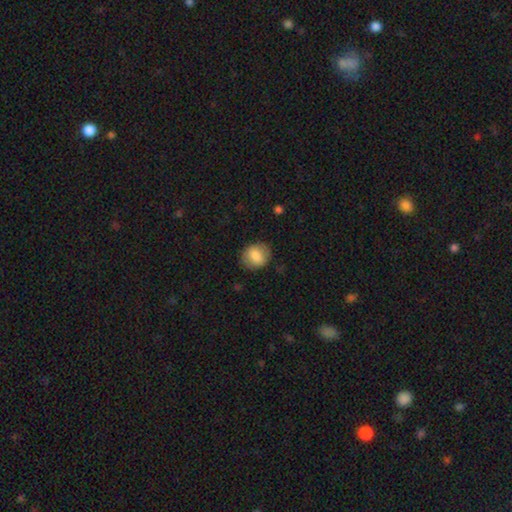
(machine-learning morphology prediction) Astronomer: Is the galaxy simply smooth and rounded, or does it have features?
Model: smooth — 79%.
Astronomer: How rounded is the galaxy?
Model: round — 69%.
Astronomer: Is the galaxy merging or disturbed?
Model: none — 83%.